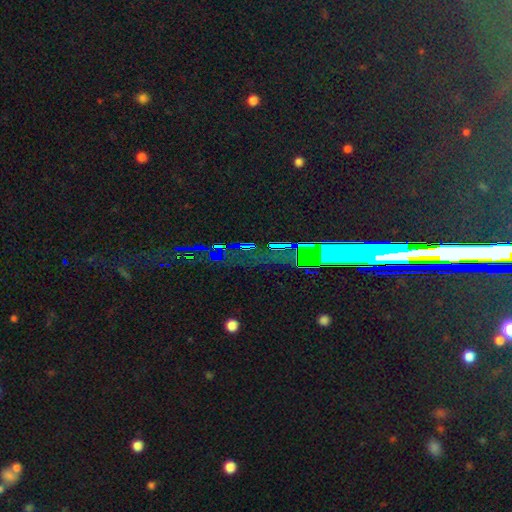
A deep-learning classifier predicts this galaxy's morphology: Q: Smooth or featured?
A: star or artifact (77%); runner-up: featured or disk (13%)